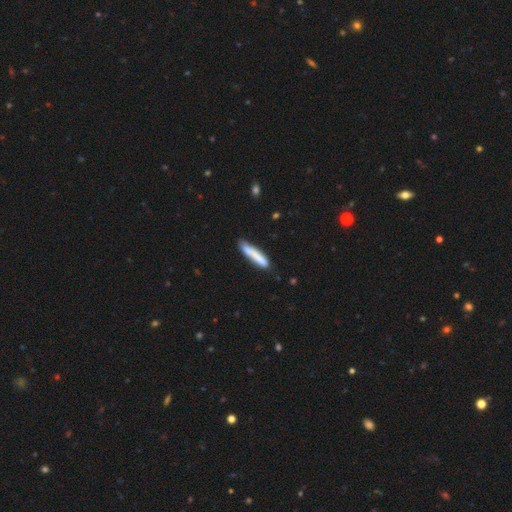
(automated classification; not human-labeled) Smooth or featured?
  - smooth: 79% *
  - featured or disk: 15%
  - star or artifact: 6%
How rounded?
  - cigar-shaped: 90% *
  - in between: 9%
  - round: 1%
Merging?
  - none: 77% *
  - minor disturbance: 17%
  - major disturbance: 3%
  - merger: 3%